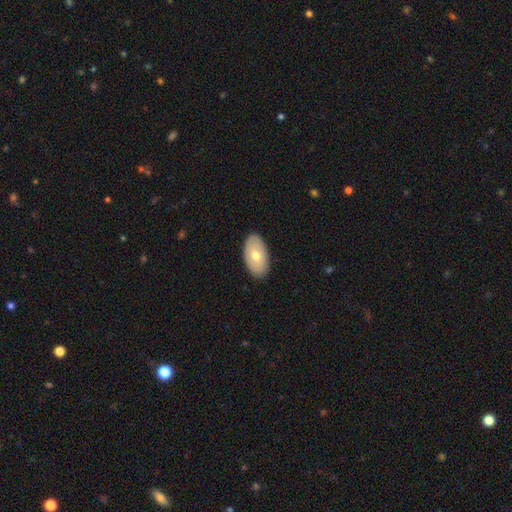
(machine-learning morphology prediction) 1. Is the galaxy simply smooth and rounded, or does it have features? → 67% smooth, 27% featured or disk, 6% star or artifact.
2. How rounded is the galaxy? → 95% in between, 4% round, 2% cigar-shaped.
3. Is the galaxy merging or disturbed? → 88% none, 9% minor disturbance, 2% major disturbance, 1% merger.